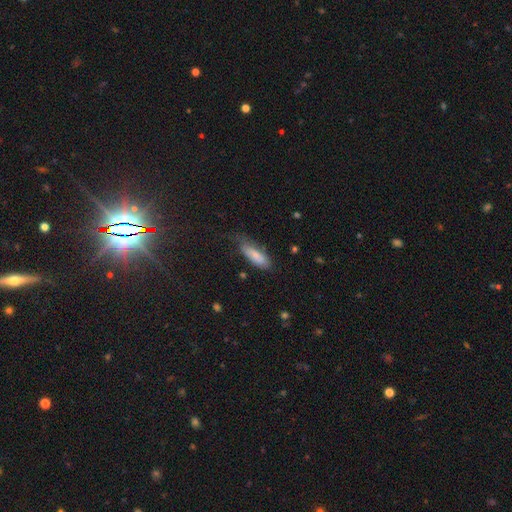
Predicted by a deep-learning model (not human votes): A smooth galaxy with no disk features (80%) that is in between round and cigar-shaped (63%).

Vote fractions:
- Smooth or featured? smooth: 80% / featured or disk: 14% / star or artifact: 6%
- How rounded? in between: 63% / cigar-shaped: 35% / round: 2%
- Merging? none: 48% / minor disturbance: 34% / major disturbance: 15% / merger: 2%